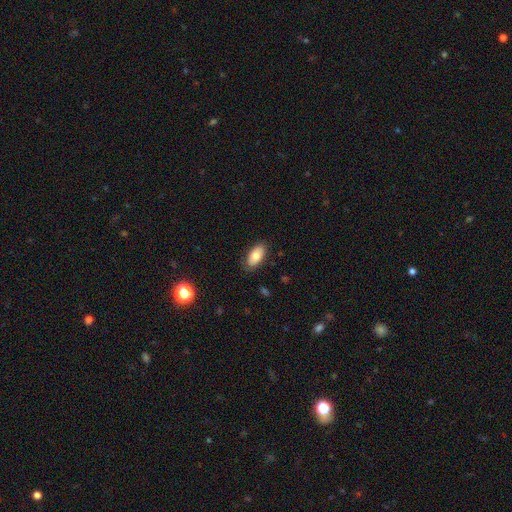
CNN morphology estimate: A smooth galaxy with no disk features (77%) that is in between round and cigar-shaped (93%).

Vote fractions:
- Smooth or featured? smooth: 77% / featured or disk: 16% / star or artifact: 7%
- How rounded? in between: 93% / cigar-shaped: 4% / round: 3%
- Merging? none: 84% / minor disturbance: 13% / major disturbance: 3% / merger: 1%